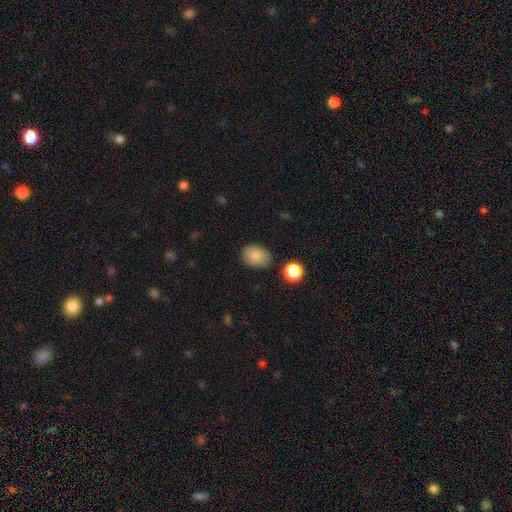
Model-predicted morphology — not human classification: smooth_or_featured: smooth (p=0.86) [alt: star or artifact p=0.09]
how_rounded: in between (p=0.74) [alt: round p=0.25]
merging: none (p=0.83) [alt: minor disturbance p=0.11]